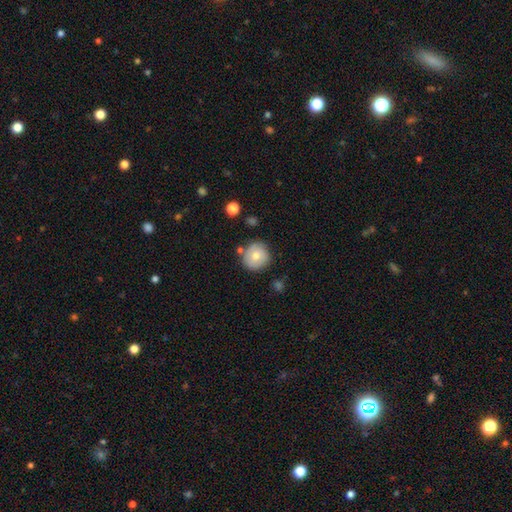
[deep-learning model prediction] Overall: smooth (69%). How rounded: round (92%). Merging: none (78%).